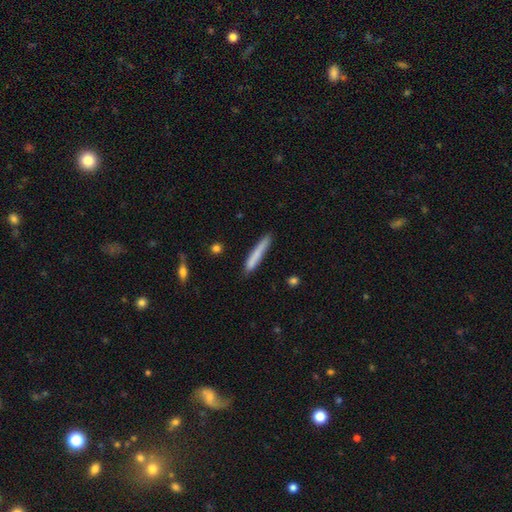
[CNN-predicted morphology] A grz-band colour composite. It shows a smooth galaxy with no disk features (75%) that is cigar-shaped (95%). Merging: none (82%).